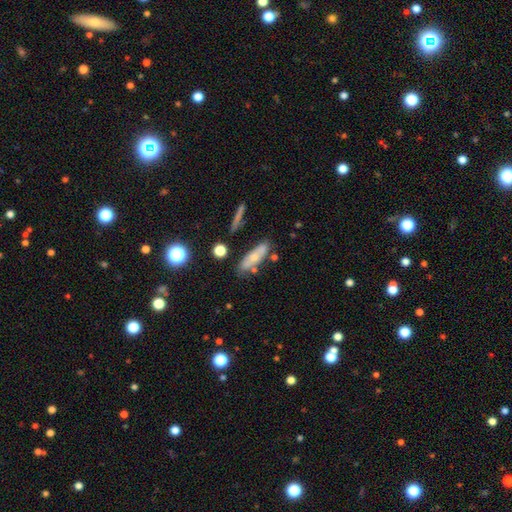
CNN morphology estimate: smooth 60%, featured or disk 31%, star or artifact 8%. Down the decision tree: how rounded — in between (52%); merging — none (68%).